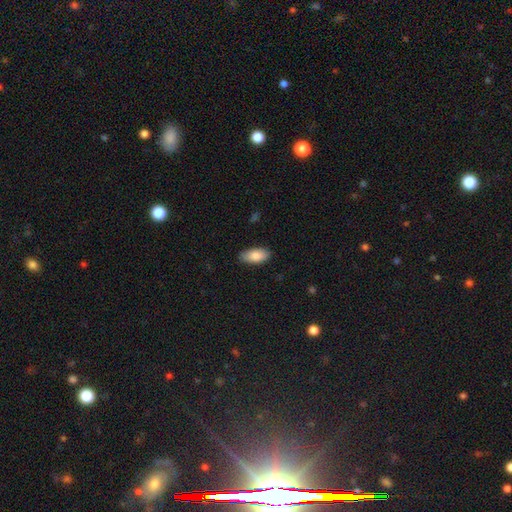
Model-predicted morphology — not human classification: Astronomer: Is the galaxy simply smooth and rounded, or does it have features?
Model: smooth — 86%.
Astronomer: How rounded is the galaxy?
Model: in between — 92%.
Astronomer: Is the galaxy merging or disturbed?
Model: none — 86%.